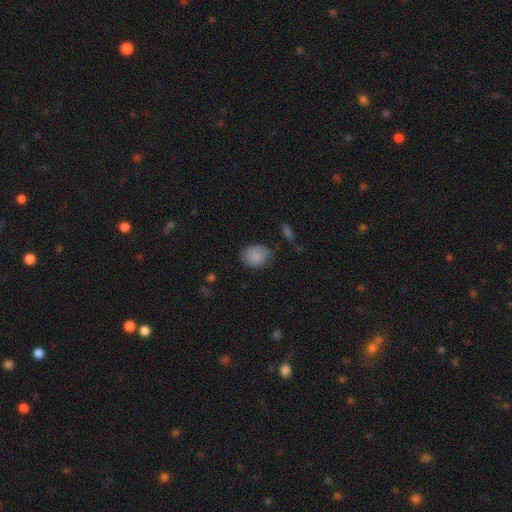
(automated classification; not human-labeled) Overall: smooth (87%). How rounded: round (56%; in between 43%). Merging: none (72%).